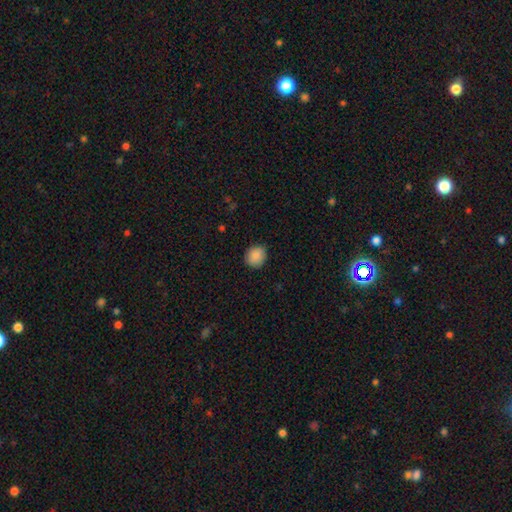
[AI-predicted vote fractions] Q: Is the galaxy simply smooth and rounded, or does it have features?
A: smooth — 88%.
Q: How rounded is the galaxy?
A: round — 76%.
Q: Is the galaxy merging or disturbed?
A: none — 86%.